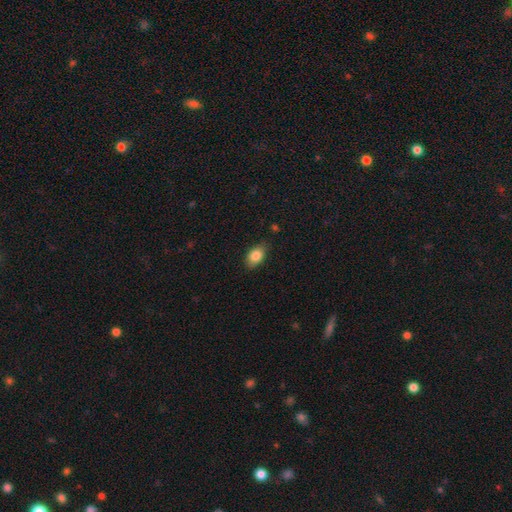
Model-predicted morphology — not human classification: This is clearly a smooth galaxy (85%). How rounded: clearly in between (86%). Merging: clearly none (81%).